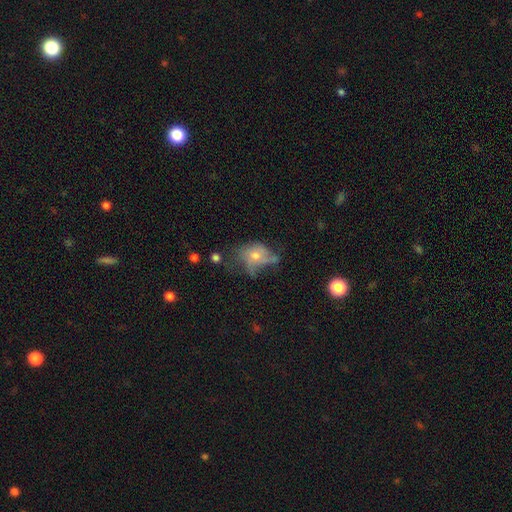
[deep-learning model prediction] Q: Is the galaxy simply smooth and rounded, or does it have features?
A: featured or disk — 44%.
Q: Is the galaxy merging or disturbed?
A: major disturbance — 36%.